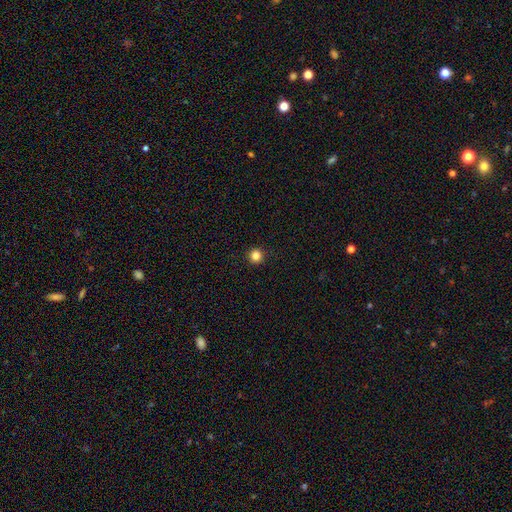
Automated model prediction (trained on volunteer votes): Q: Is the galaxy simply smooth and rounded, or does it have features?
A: smooth — 84%.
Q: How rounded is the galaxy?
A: round — 96%.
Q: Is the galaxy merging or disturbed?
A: none — 93%.